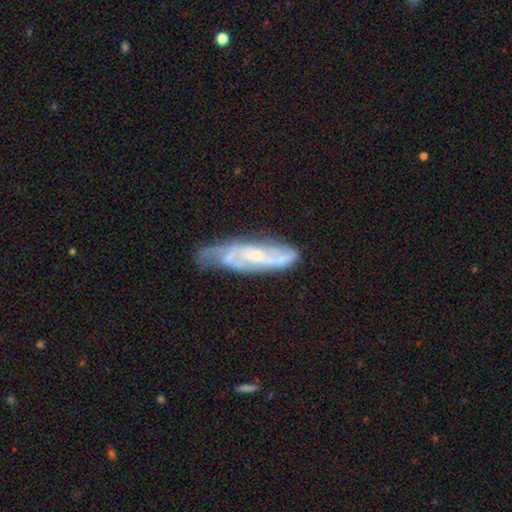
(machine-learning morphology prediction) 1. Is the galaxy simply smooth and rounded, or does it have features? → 79% featured or disk, 15% smooth, 6% star or artifact.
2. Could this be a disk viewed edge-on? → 83% no, 17% yes.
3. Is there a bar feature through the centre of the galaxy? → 56% no, 34% weak, 10% strong.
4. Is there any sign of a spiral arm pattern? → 92% yes, 8% no.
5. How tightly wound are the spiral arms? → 44% medium, 40% tight, 16% loose.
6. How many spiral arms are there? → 37% 2, 29% can't tell, 21% 3, 6% 4, 4% 1, 3% more than 4.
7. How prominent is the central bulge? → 59% small, 31% moderate, 7% none, 2% large, 1% dominant.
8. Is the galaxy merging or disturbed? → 58% none, 28% minor disturbance, 11% major disturbance, 3% merger.